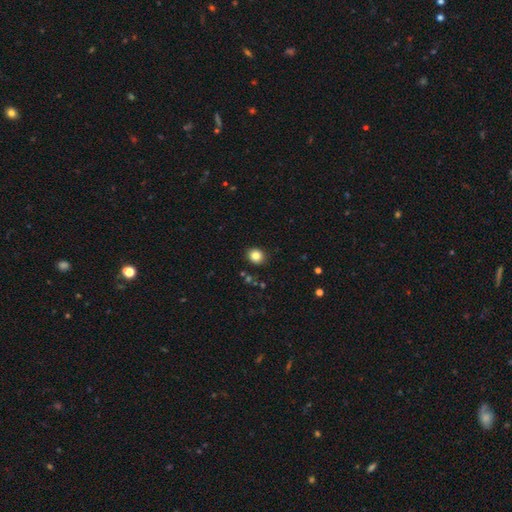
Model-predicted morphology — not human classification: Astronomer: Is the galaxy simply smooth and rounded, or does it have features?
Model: smooth — 83%.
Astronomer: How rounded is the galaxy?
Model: round — 75%.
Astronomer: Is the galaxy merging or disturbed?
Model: none — 90%.